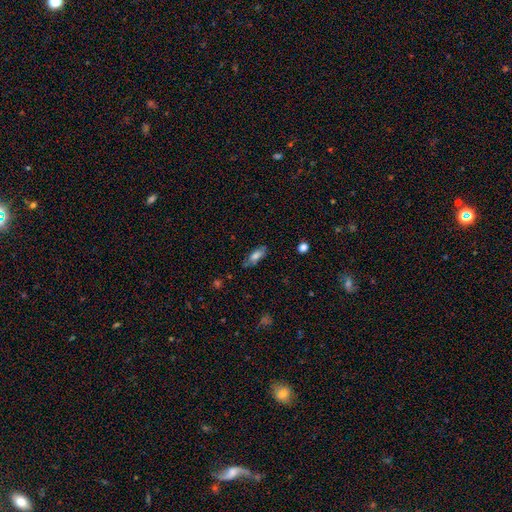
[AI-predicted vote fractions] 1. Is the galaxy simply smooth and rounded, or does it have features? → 73% smooth, 19% featured or disk, 9% star or artifact.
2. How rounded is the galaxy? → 73% in between, 24% cigar-shaped, 3% round.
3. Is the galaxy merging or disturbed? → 71% none, 20% minor disturbance, 5% major disturbance, 4% merger.